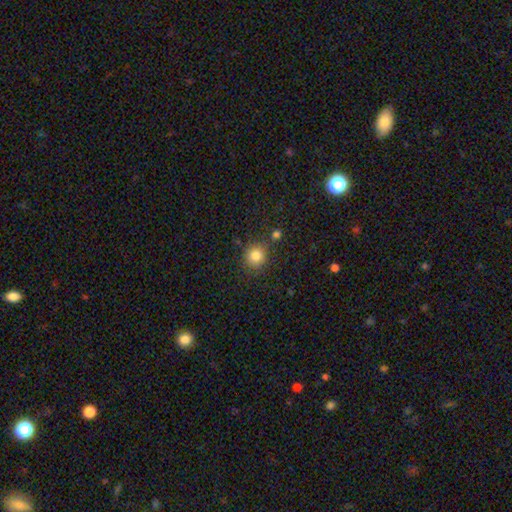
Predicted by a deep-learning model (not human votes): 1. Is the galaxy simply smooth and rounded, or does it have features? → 83% smooth, 11% star or artifact, 5% featured or disk.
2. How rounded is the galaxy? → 89% round, 10% in between, 1% cigar-shaped.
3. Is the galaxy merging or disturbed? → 81% none, 10% minor disturbance, 6% merger, 3% major disturbance.